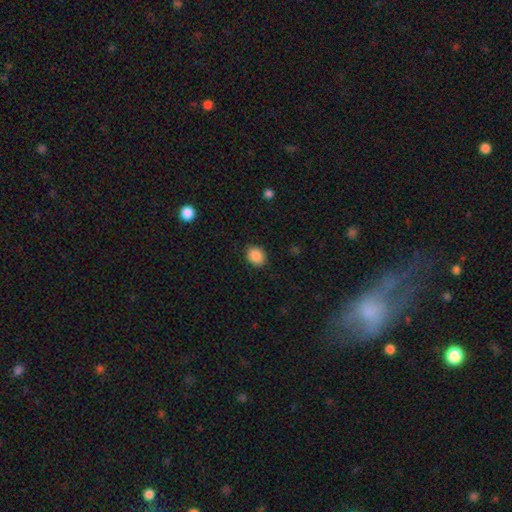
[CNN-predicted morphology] Smooth or featured: smooth — 89% (star or artifact — 8%)
How rounded: round — 53% (in between — 46%)
Merging: none — 89% (minor disturbance — 8%)